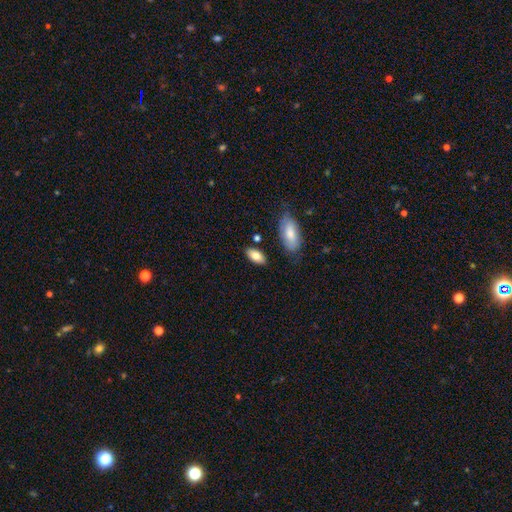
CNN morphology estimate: smooth_or_featured: smooth (p=0.82) [alt: featured or disk p=0.11]
how_rounded: in between (p=0.90) [alt: cigar-shaped p=0.08]
merging: none (p=0.81) [alt: minor disturbance p=0.12]